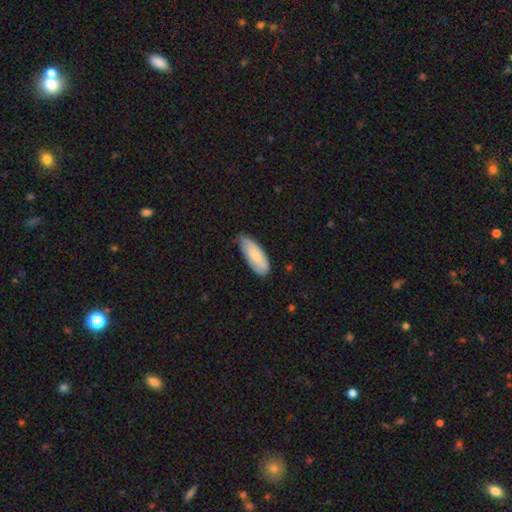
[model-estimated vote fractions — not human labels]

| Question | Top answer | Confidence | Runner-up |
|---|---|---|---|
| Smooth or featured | smooth | 77% | featured or disk (18%) |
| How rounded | in between | 77% | cigar-shaped (21%) |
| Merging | none | 57% | minor disturbance (36%) |